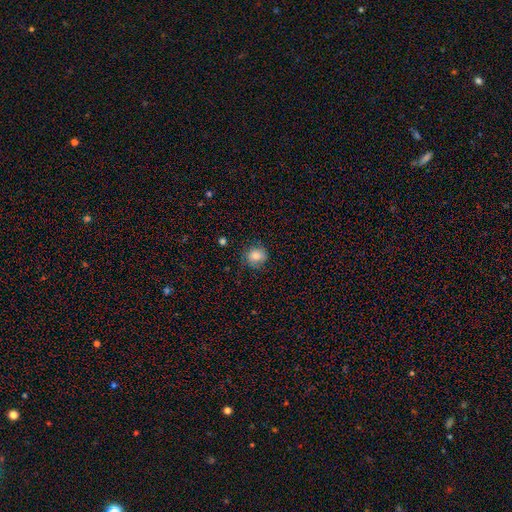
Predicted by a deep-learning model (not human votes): Smooth or featured? Predicted: smooth (p=0.80). How rounded? Predicted: round (p=0.83). Merging? Predicted: none (p=0.77).